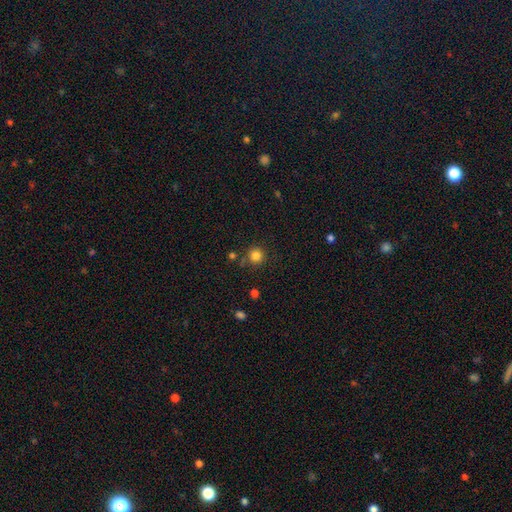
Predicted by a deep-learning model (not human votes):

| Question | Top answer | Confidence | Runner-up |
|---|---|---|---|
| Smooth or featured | smooth | 83% | star or artifact (13%) |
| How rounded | round | 93% | in between (6%) |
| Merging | none | 80% | minor disturbance (10%) |